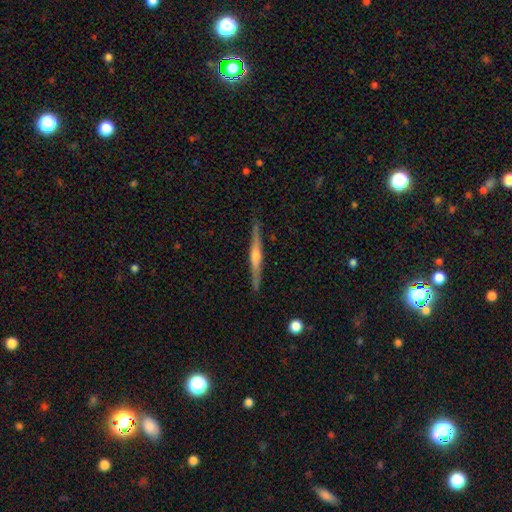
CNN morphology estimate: smooth-or-featured: featured or disk: 78% | smooth: 16% | star or artifact: 6%
  disk-edge-on: yes: 98% | no: 2%
    edge-on-bulge: rounded: 83% | none: 10% | boxy: 8%
  merging: none: 90% | minor disturbance: 7% | major disturbance: 1% | merger: 1%